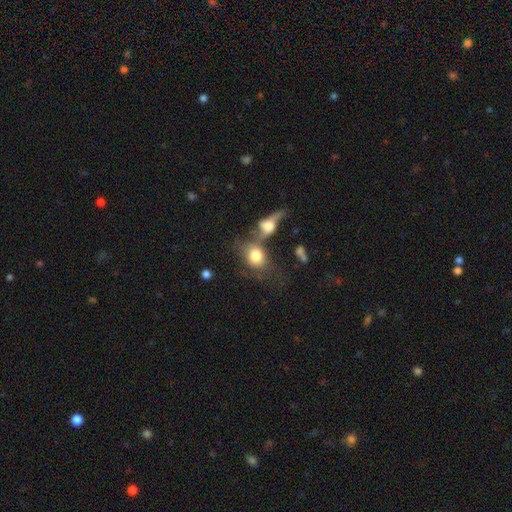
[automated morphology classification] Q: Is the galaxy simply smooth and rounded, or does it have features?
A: smooth — 73%.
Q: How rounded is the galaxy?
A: in between — 50%.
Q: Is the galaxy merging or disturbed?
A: merger — 44%.